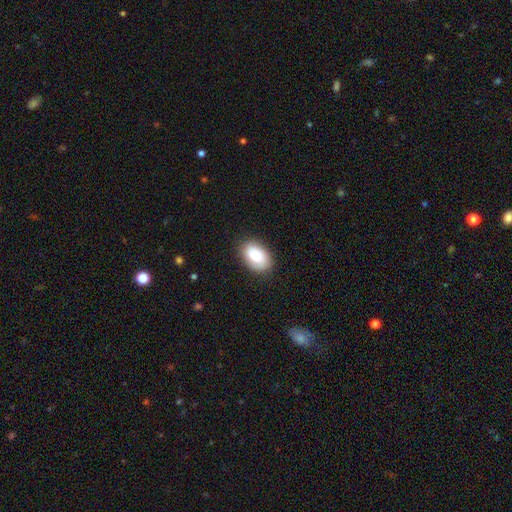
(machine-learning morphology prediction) type=smooth (81%); roundness=in between (88%); merging=none (83%).